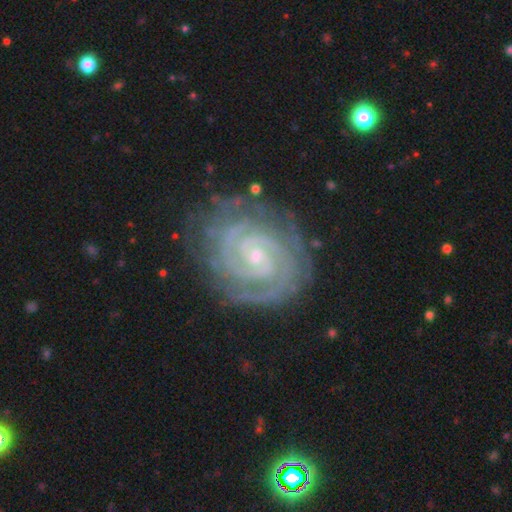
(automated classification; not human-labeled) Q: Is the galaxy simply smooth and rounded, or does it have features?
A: featured or disk — 91%.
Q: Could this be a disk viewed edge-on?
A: no — 98%.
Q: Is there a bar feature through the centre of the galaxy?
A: no — 55%.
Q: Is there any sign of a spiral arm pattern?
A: yes — 98%.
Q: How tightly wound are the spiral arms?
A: tight — 82%.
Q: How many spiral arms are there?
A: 2 — 57%.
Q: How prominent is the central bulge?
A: small — 79%.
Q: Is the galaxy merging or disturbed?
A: none — 78%.